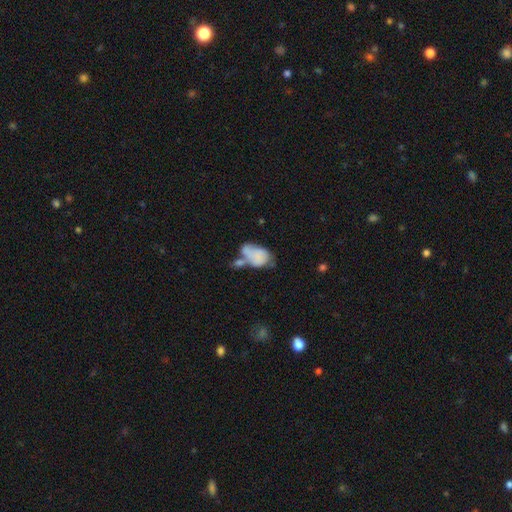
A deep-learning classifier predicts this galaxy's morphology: A smooth galaxy with no disk features (61%) that is in between round and cigar-shaped (87%). Merging: merger (42%).